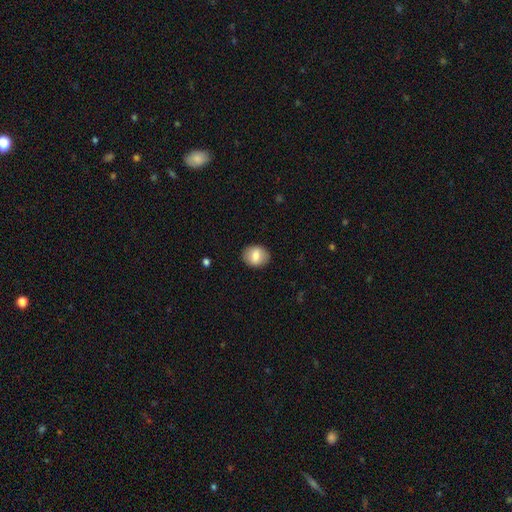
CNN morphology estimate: Smooth or featured?
  - smooth: 75% *
  - featured or disk: 18%
  - star or artifact: 7%
How rounded?
  - round: 51% *
  - in between: 47%
  - cigar-shaped: 1%
Merging?
  - none: 87% *
  - minor disturbance: 9%
  - major disturbance: 3%
  - merger: 1%